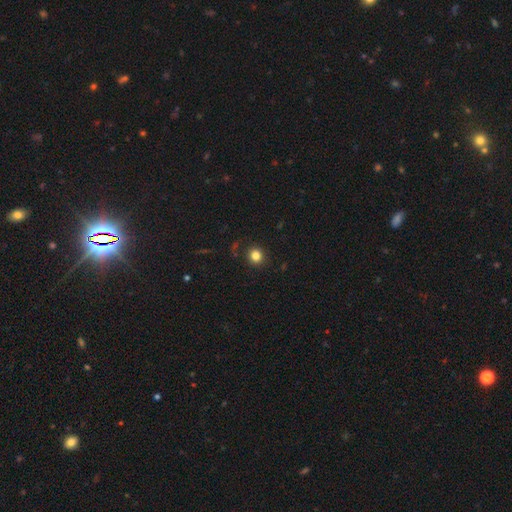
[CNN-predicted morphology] Overall: smooth (83%). How rounded: round (89%). Merging: none (90%).